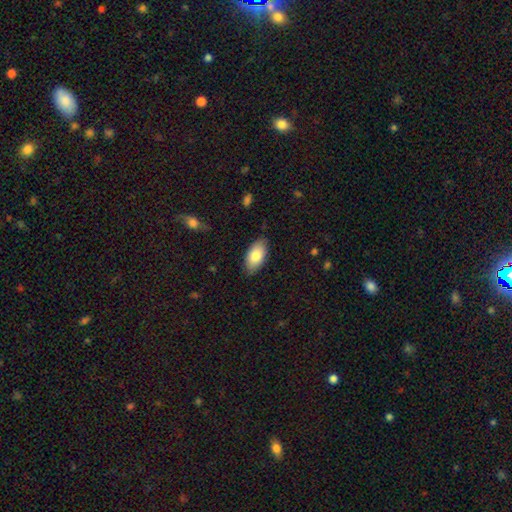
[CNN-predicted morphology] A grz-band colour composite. It shows a smooth galaxy with no disk features (82%) that is in between round and cigar-shaped (94%). Merging: none (84%).